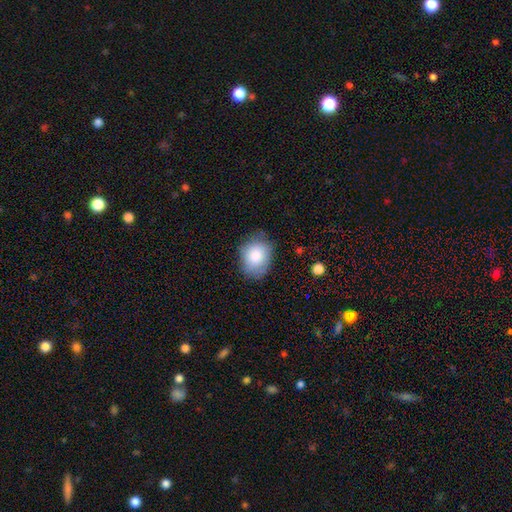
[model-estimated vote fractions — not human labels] Smooth or featured? Predicted: smooth (p=0.84). How rounded? Predicted: in between (p=0.63). Merging? Predicted: none (p=0.70).